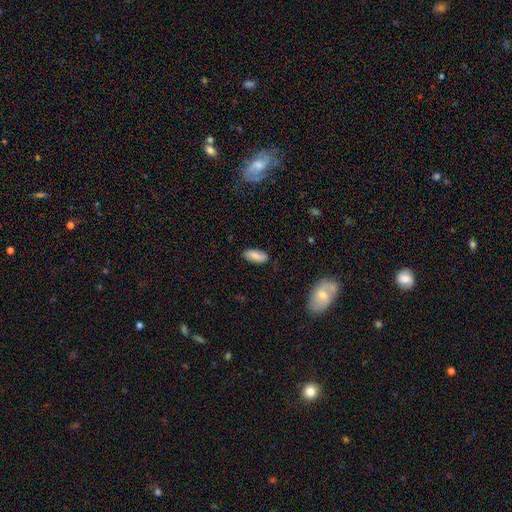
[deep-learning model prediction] A smooth galaxy with no disk features (84%) that is in between round and cigar-shaped (82%). Merging: none (83%).